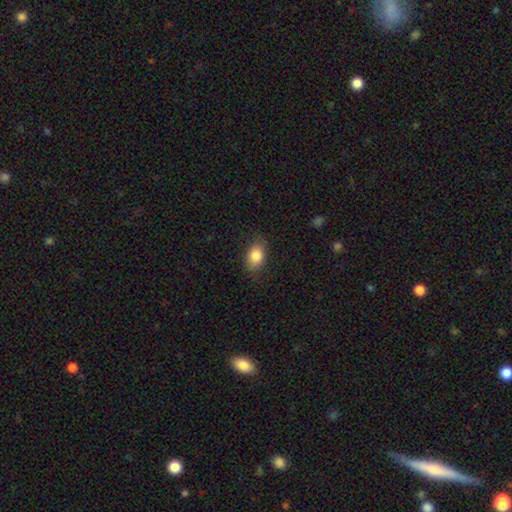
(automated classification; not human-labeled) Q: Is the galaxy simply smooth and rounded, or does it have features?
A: smooth — 85%.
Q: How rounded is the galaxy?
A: in between — 79%.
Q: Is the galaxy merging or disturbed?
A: none — 82%.